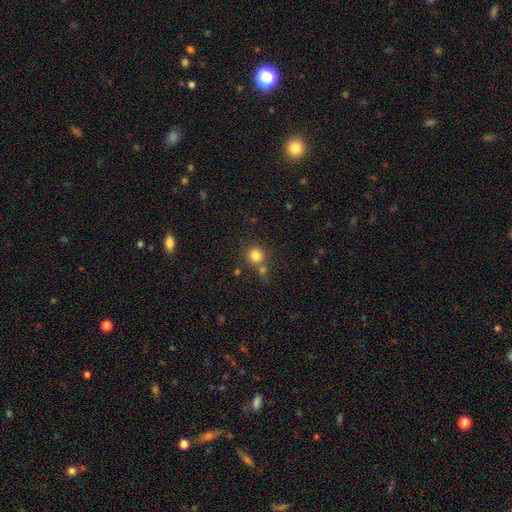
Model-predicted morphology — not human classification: A smooth galaxy with no disk features (81%) that is round (93%).

Vote fractions:
- Smooth or featured? smooth: 81% / star or artifact: 12% / featured or disk: 6%
- How rounded? round: 93% / in between: 7% / cigar-shaped: 1%
- Merging? none: 70% / merger: 19% / minor disturbance: 8% / major disturbance: 3%